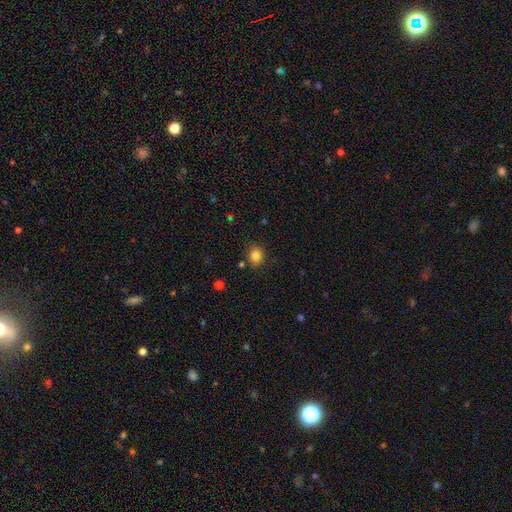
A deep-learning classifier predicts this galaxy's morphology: Q: Smooth or featured?
A: smooth (83%); runner-up: star or artifact (12%)
Q: How rounded?
A: round (69%); runner-up: in between (30%)
Q: Merging?
A: none (82%); runner-up: minor disturbance (12%)